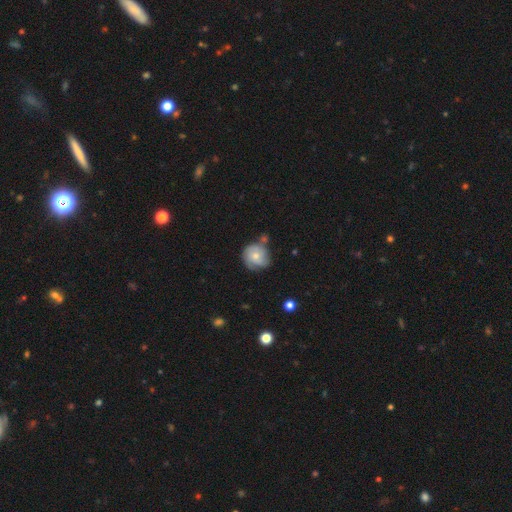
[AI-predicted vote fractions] A smooth galaxy with no disk features (57%) that is round (85%). Merging: none (56%).